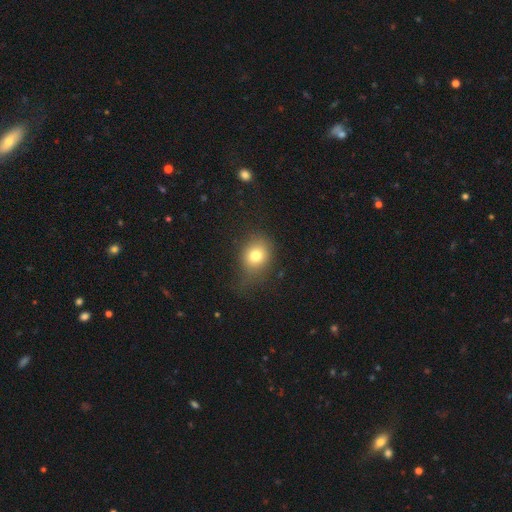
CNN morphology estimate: smooth-or-featured: smooth: 76% | star or artifact: 13% | featured or disk: 11%
  how-rounded: round: 60% | in between: 39% | cigar-shaped: 1%
  merging: none: 63% | minor disturbance: 24% | major disturbance: 11% | merger: 2%